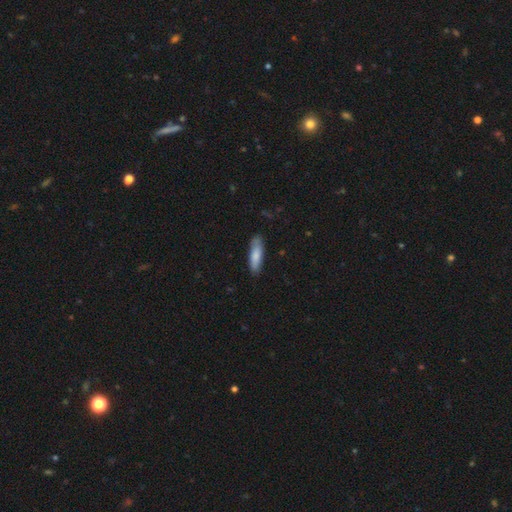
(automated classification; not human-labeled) Smooth or featured?
  - smooth: 80% *
  - featured or disk: 14%
  - star or artifact: 5%
How rounded?
  - cigar-shaped: 62% *
  - in between: 37%
  - round: 2%
Merging?
  - none: 80% *
  - minor disturbance: 16%
  - major disturbance: 3%
  - merger: 1%